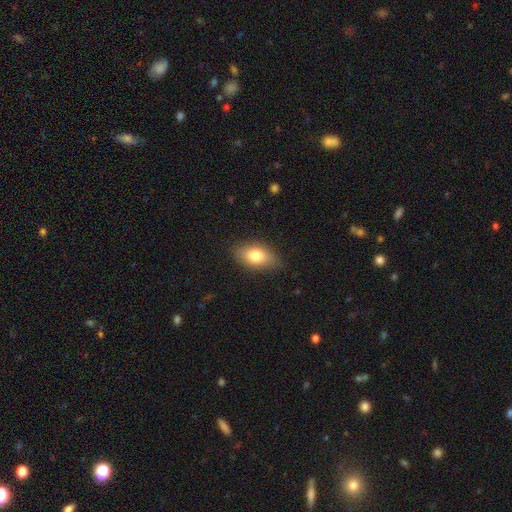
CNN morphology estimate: This is likely a smooth galaxy (78%). How rounded: clearly in between (87%). Merging: clearly none (81%).